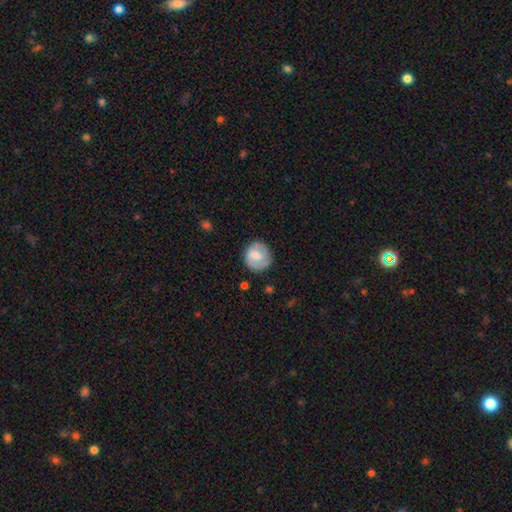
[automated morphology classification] Smooth or featured? smooth (56%)
How rounded? round (85%)
Merging? none (75%)